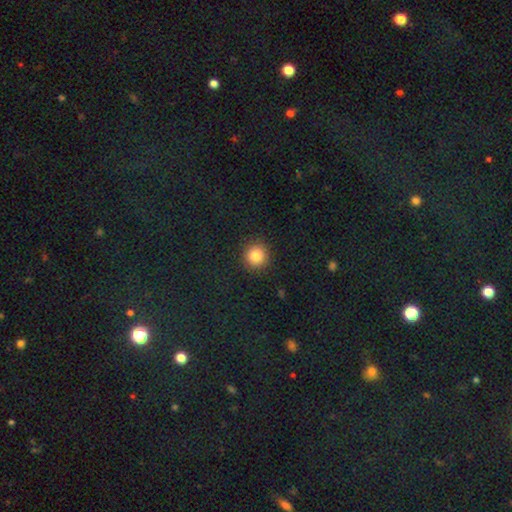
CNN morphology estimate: A smooth galaxy with no disk features (84%) that is round (94%).

Vote fractions:
- Smooth or featured? smooth: 84% / star or artifact: 11% / featured or disk: 5%
- How rounded? round: 94% / in between: 5% / cigar-shaped: 1%
- Merging? none: 92% / minor disturbance: 5% / major disturbance: 2% / merger: 1%